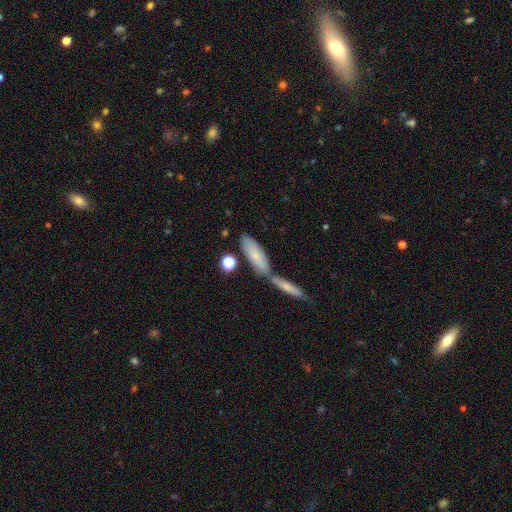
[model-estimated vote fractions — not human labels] A smooth galaxy with no disk features (70%) that is in between round and cigar-shaped (53%).

Vote fractions:
- Smooth or featured? smooth: 70% / featured or disk: 24% / star or artifact: 7%
- How rounded? in between: 53% / cigar-shaped: 44% / round: 3%
- Merging? none: 52% / merger: 33% / minor disturbance: 11% / major disturbance: 3%